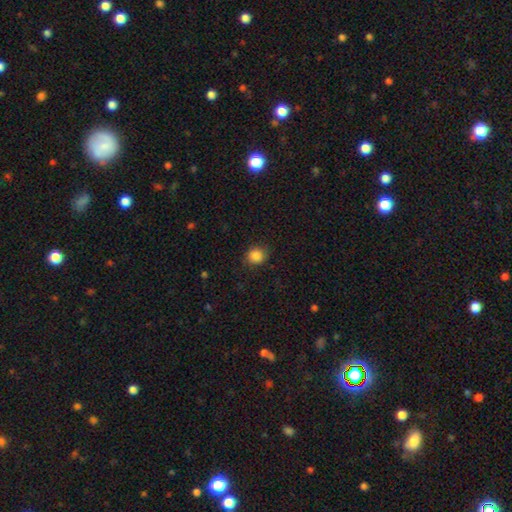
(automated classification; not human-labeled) A smooth galaxy with no disk features (87%) that is round (82%). Merging: none (83%).